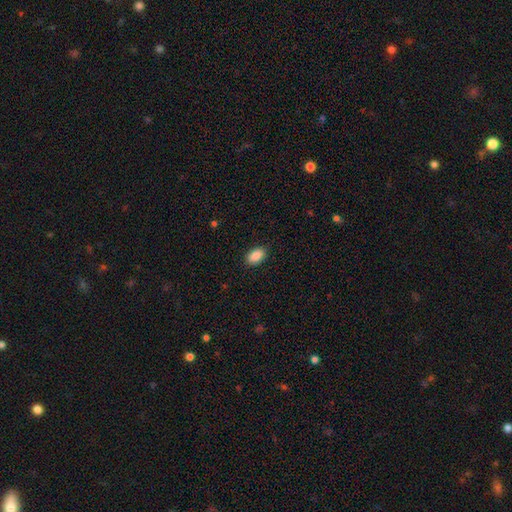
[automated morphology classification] This is clearly a smooth galaxy (90%). How rounded: clearly in between (91%). Merging: clearly none (88%).